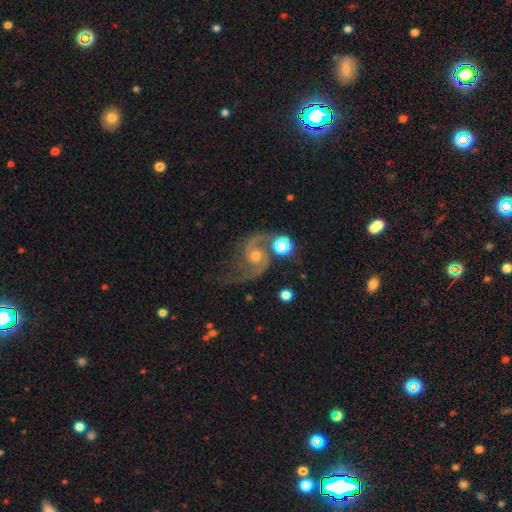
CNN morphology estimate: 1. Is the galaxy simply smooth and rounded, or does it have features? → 88% featured or disk, 7% star or artifact, 5% smooth.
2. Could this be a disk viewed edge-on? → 98% no, 2% yes.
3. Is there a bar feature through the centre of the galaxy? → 70% no, 24% weak, 6% strong.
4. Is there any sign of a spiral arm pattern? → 97% yes, 3% no.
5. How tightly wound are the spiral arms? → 50% medium, 38% loose, 12% tight.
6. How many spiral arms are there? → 92% 2, 2% 1, 2% can't tell, 1% 3, 1% 4, 1% more than 4.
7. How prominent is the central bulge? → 58% moderate, 36% small, 3% large, 2% none, 1% dominant.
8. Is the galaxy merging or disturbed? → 64% none, 17% minor disturbance, 10% major disturbance, 9% merger.